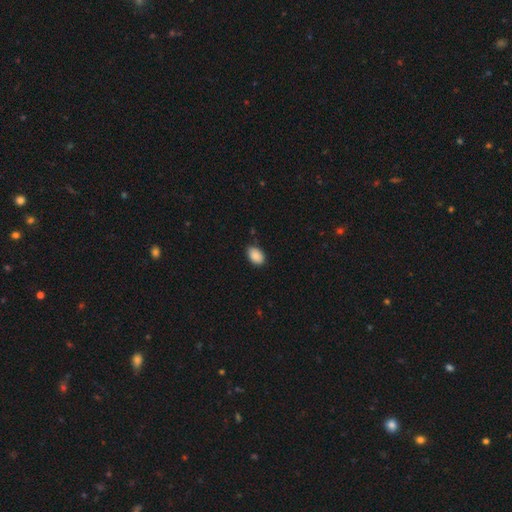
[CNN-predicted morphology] The model was most divided on "merging": none: 81%, minor disturbance: 15%, major disturbance: 2%, merger: 1%. More confident: smooth or featured — smooth (89%); how rounded — in between (87%).